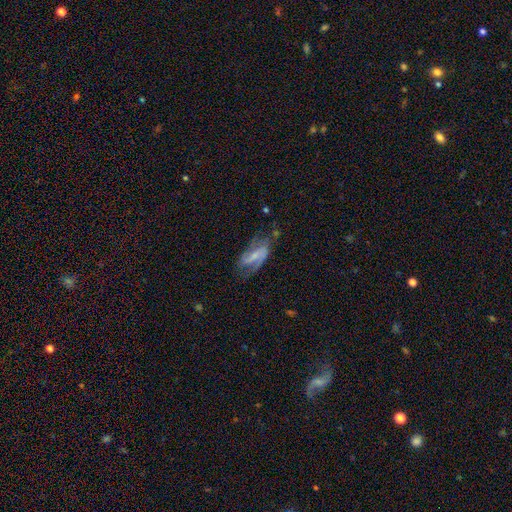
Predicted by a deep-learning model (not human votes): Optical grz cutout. It shows a featured or disk galaxy (76%) with a weak bar (40%), 2 (81%) medium (43%) spiral arms (91%) and a small central bulge (53%). Merging: none (56%).